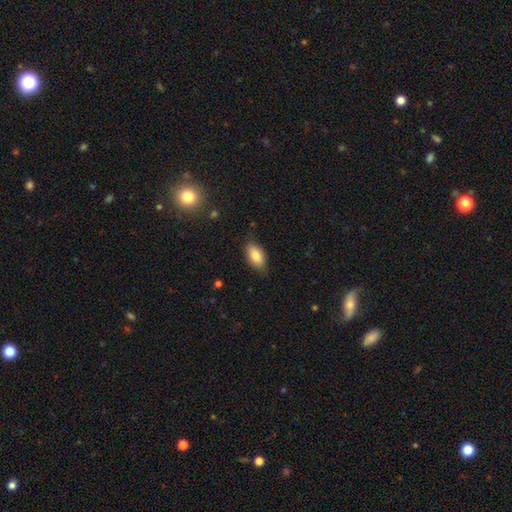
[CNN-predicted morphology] smooth 83%, featured or disk 10%, star or artifact 7%. Down the decision tree: how rounded — in between (92%); merging — none (80%).